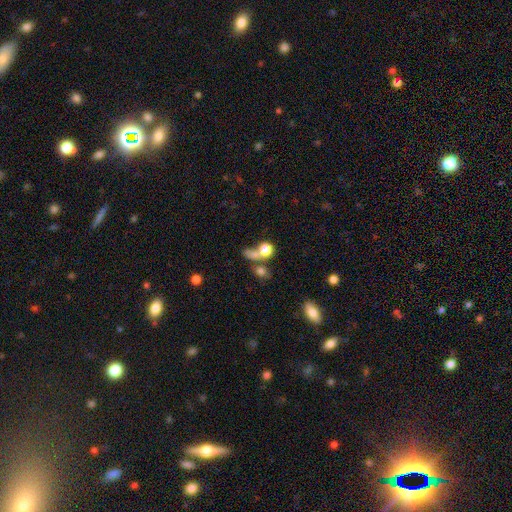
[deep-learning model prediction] Smooth or featured? smooth (44%)
Merging? none (50%)